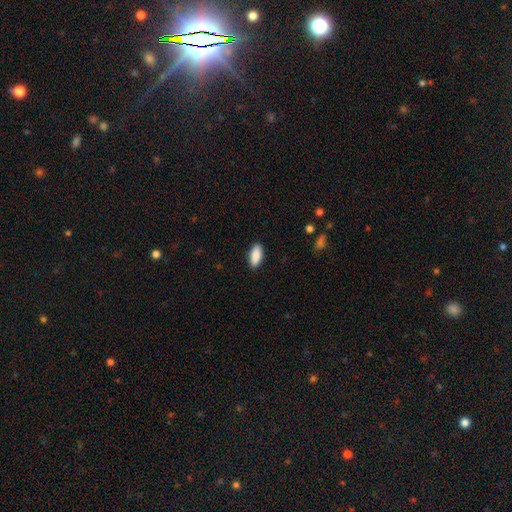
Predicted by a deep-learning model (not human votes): The model was most divided on "how rounded": in between: 85%, cigar-shaped: 13%, round: 2%. More confident: smooth or featured — smooth (89%); merging — none (88%).